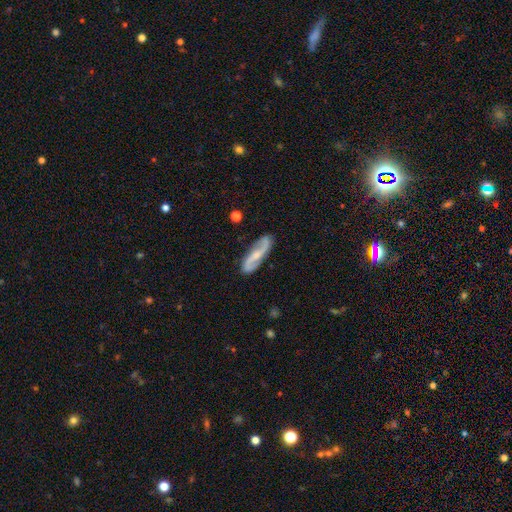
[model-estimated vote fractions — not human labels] The model was most divided on "bar": weak: 39%, no: 36%, strong: 25%. Remaining: spiral arms — yes (96%); spiral arm count — 2 (93%); edge-on disk — no (90%); merging — none (85%); smooth or featured — featured or disk (84%); bulge size — small (54%); spiral winding — loose (48%).